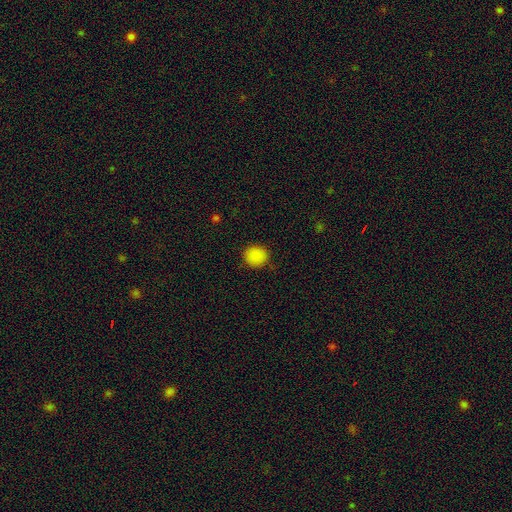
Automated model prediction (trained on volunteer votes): The model was most divided on "smooth or featured": smooth: 87%, star or artifact: 10%, featured or disk: 3%. More confident: how rounded — round (89%); merging — none (88%).